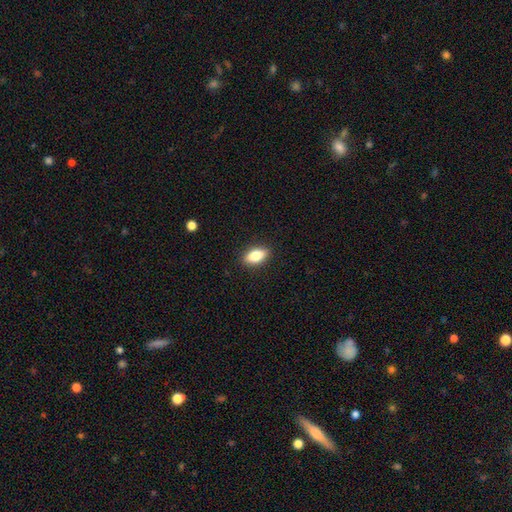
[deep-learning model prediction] Q: Smooth or featured?
A: smooth (81%); runner-up: featured or disk (12%)
Q: How rounded?
A: in between (87%); runner-up: cigar-shaped (8%)
Q: Merging?
A: none (89%); runner-up: minor disturbance (8%)